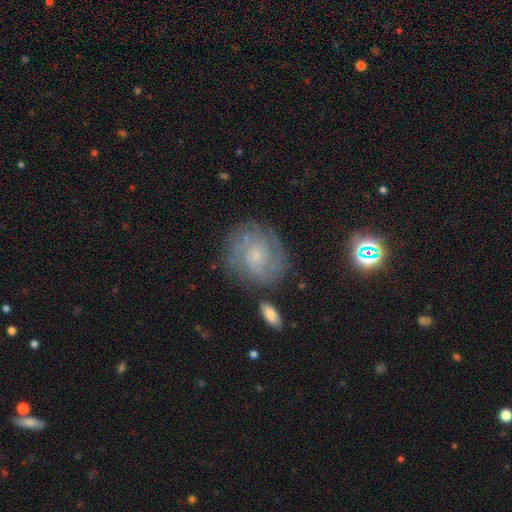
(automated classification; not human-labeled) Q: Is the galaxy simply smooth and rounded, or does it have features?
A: featured or disk — 70%.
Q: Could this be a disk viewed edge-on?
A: no — 97%.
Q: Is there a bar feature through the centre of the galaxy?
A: no — 70%.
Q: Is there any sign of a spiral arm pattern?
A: yes — 91%.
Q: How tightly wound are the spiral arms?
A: tight — 60%.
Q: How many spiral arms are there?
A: can't tell — 38%.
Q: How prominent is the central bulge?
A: small — 70%.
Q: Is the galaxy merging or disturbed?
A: none — 75%.